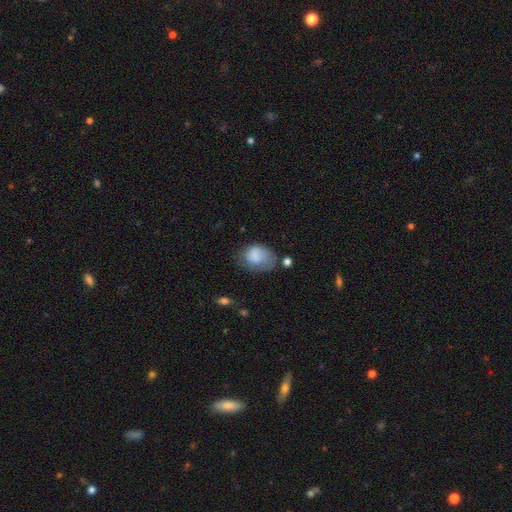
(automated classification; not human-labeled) Smooth or featured? Predicted: smooth (p=0.73). How rounded? Predicted: in between (p=0.69). Merging? Predicted: none (p=0.38).